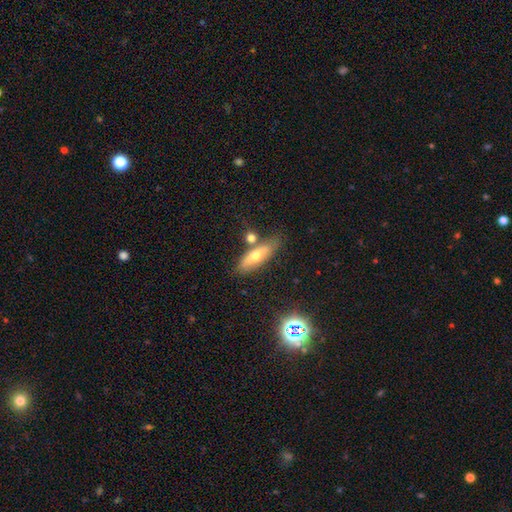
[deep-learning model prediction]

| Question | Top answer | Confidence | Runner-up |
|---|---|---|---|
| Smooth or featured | smooth | 61% | featured or disk (30%) |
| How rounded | in between | 54% | cigar-shaped (42%) |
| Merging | none | 68% | minor disturbance (15%) |